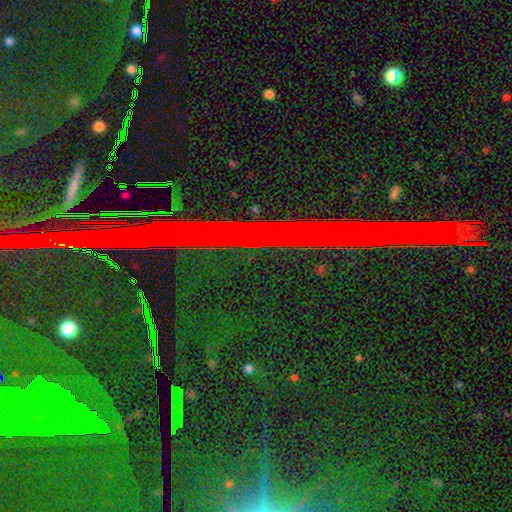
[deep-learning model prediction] Smooth or featured? star or artifact (84%)